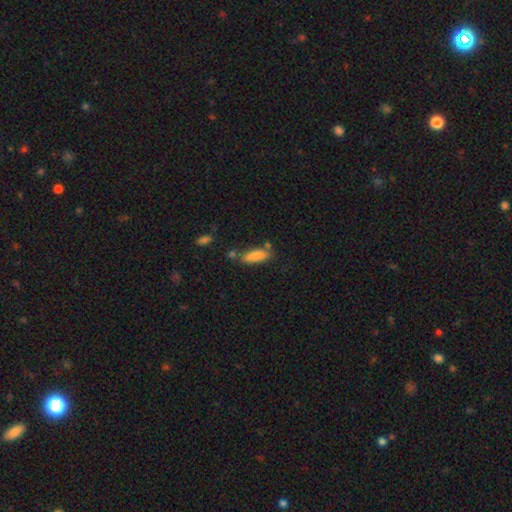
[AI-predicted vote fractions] Q: Smooth or featured?
A: smooth (84%); runner-up: featured or disk (9%)
Q: How rounded?
A: in between (53%); runner-up: cigar-shaped (46%)
Q: Merging?
A: none (68%); runner-up: minor disturbance (16%)